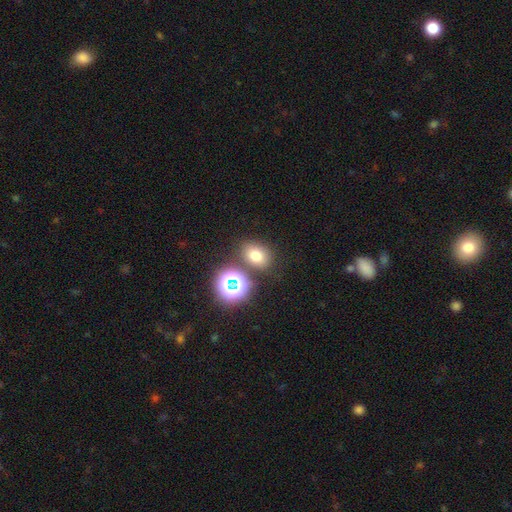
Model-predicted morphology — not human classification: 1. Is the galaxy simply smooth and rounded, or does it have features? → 70% smooth, 21% star or artifact, 9% featured or disk.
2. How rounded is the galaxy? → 52% in between, 47% round, 1% cigar-shaped.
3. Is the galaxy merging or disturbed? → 76% none, 10% minor disturbance, 10% merger, 4% major disturbance.